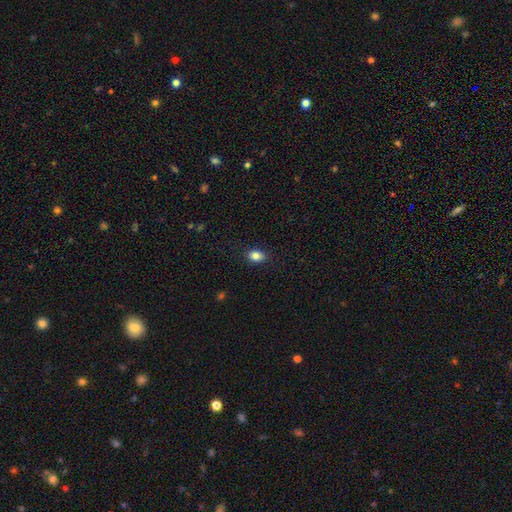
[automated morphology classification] This appears to be a smooth galaxy with no disk features (85%) that is in between round and cigar-shaped (73%). Merging: none (88%).